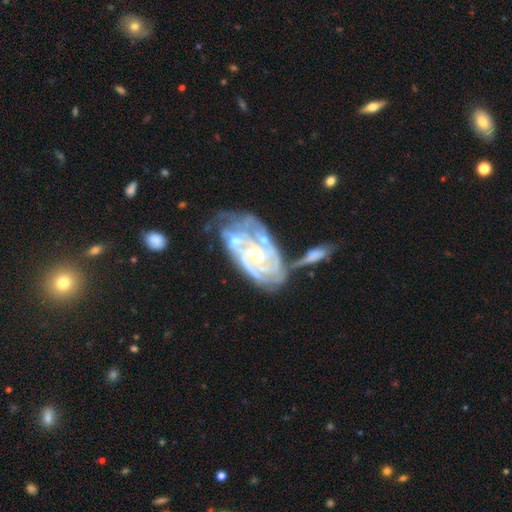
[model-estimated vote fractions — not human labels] A featured or disk galaxy (87%) with no bar (50%), tight (64%) spiral arms (93%) and a moderate central bulge (64%). Merging: merger (33%).